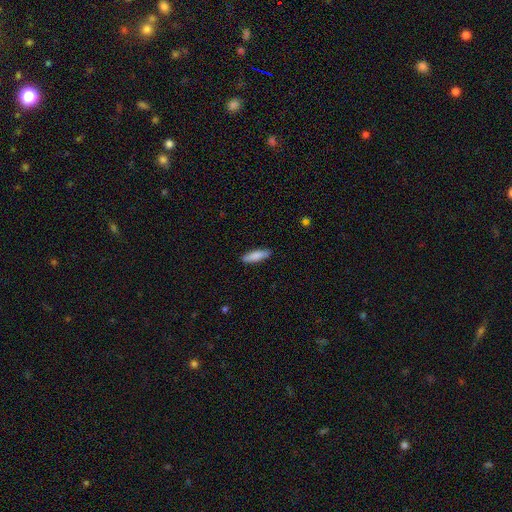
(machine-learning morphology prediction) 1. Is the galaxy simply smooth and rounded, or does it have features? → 83% smooth, 12% featured or disk, 6% star or artifact.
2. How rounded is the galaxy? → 68% cigar-shaped, 31% in between, 2% round.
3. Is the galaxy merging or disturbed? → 89% none, 8% minor disturbance, 2% major disturbance, 1% merger.